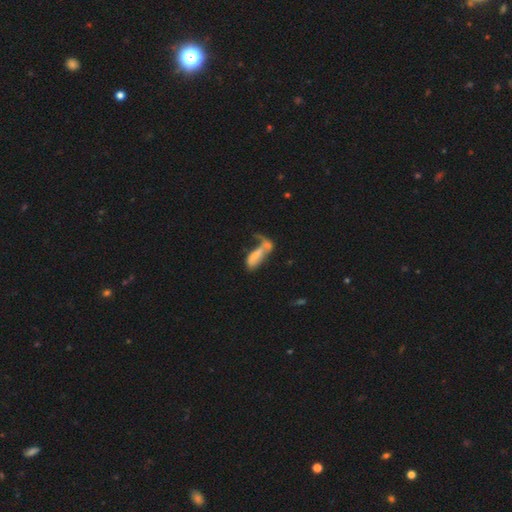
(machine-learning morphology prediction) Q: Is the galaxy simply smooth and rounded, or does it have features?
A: smooth — 61%.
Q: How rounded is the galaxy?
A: in between — 65%.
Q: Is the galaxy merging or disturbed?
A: merger — 51%.